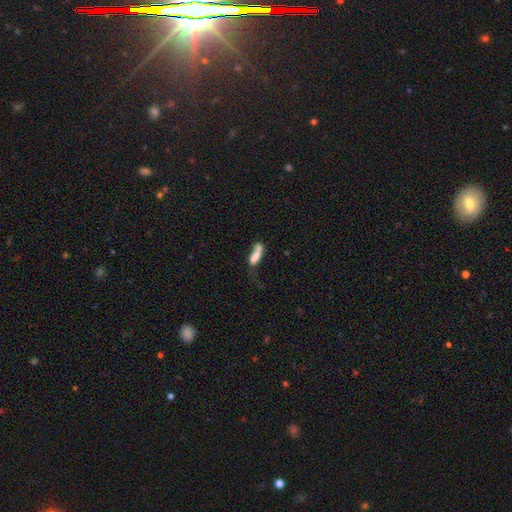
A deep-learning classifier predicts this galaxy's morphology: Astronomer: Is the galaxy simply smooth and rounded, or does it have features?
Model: smooth — 71%.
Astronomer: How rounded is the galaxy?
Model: in between — 55% (runner-up: cigar-shaped, 42%).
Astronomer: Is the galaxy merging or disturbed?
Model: merger — 34% (runner-up: none, 27%).